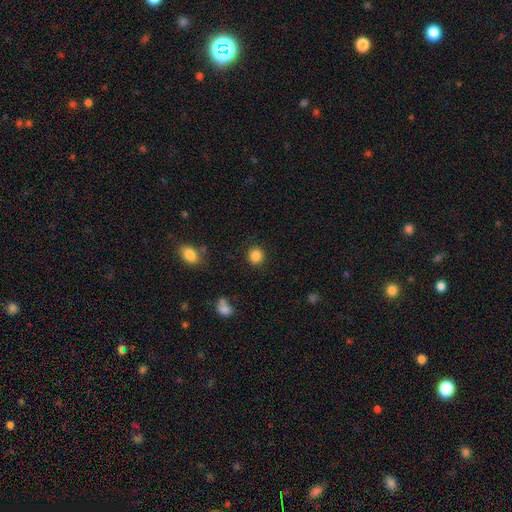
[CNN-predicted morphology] Overall: smooth (86%). How rounded: round (89%). Merging: none (89%).